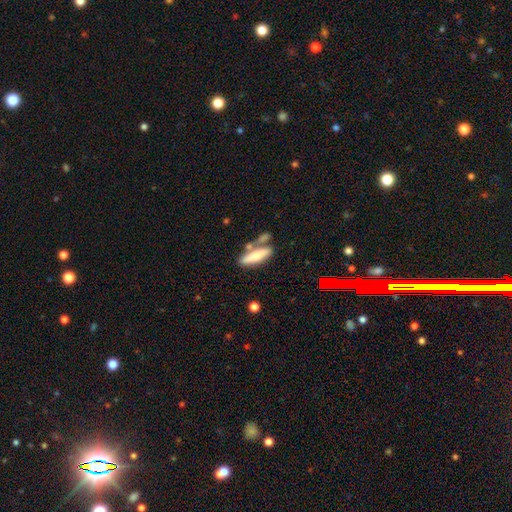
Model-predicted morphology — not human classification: This is possibly a smooth galaxy (58%). How rounded: likely cigar-shaped (62%). Merging: possibly none (57%).